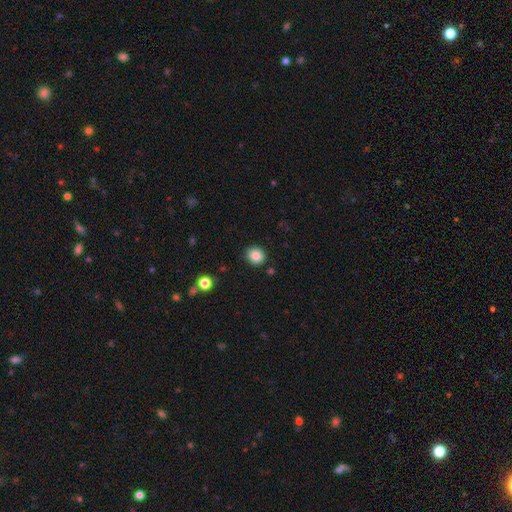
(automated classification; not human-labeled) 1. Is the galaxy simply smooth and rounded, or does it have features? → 85% smooth, 10% star or artifact, 5% featured or disk.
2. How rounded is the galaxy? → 81% round, 18% in between, 1% cigar-shaped.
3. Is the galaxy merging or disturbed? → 89% none, 7% minor disturbance, 2% major disturbance, 2% merger.